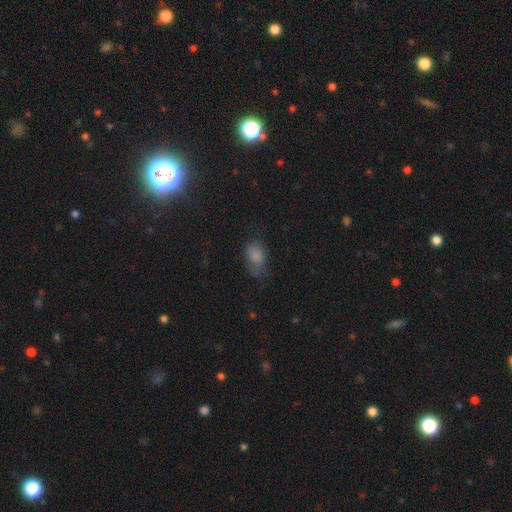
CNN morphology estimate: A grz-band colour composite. It shows a smooth galaxy with no disk features (79%) that is in between round and cigar-shaped (86%). Merging: none (51%).